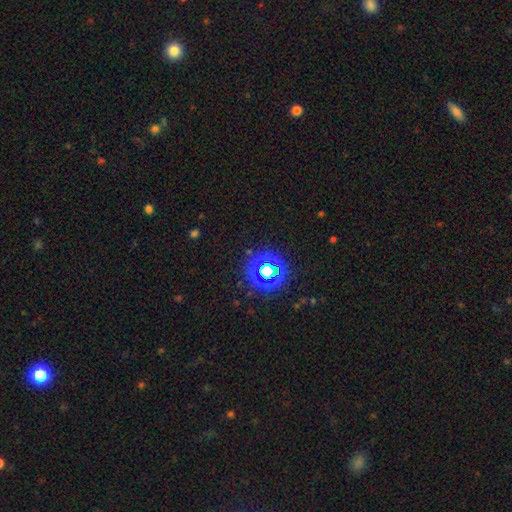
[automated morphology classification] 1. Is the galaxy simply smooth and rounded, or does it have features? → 64% star or artifact, 30% smooth, 6% featured or disk.